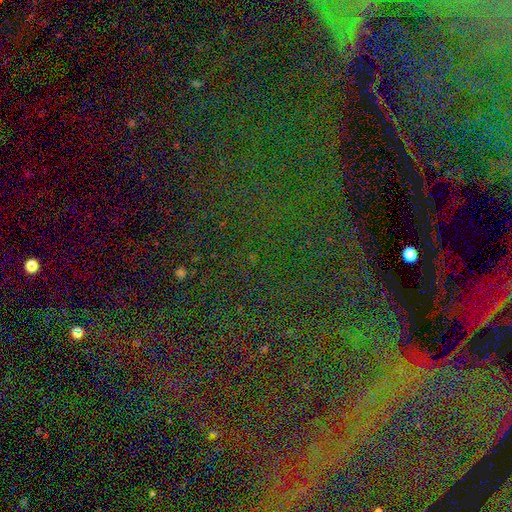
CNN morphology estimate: A star or artifact, not a galaxy (80%).

Vote fractions:
- Smooth or featured? star or artifact: 80% / featured or disk: 10% / smooth: 9%